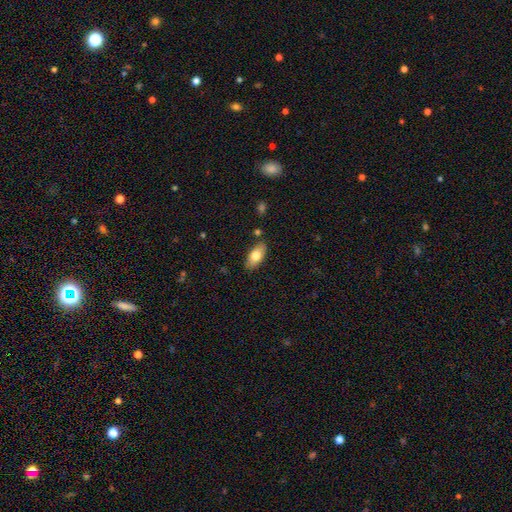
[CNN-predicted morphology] type=smooth (75%); roundness=in between (88%); merging=none (84%).